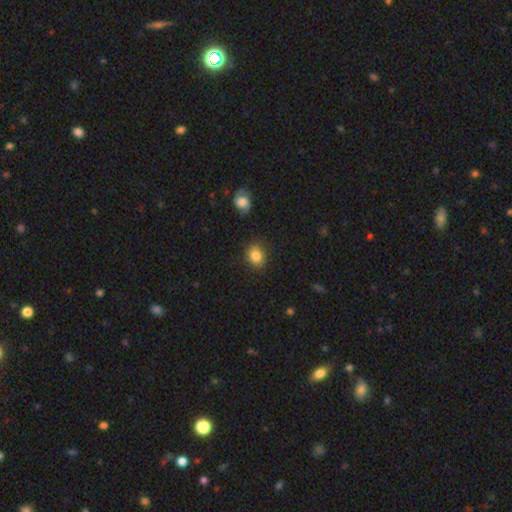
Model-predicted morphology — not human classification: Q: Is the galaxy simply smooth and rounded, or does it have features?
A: smooth — 84%.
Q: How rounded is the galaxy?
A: round — 53%.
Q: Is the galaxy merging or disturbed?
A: none — 83%.